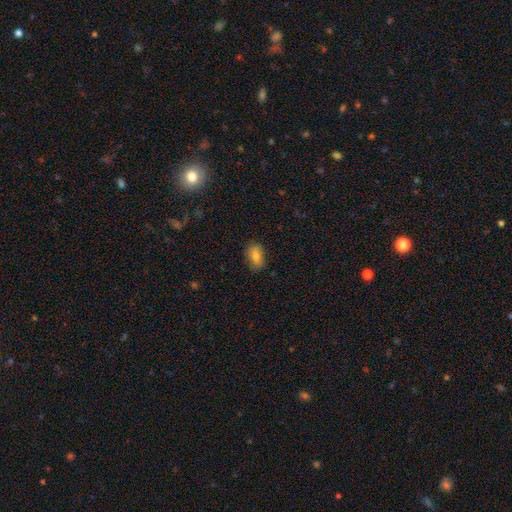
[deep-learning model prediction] smooth-or-featured: smooth: 77% | featured or disk: 14% | star or artifact: 9%
  how-rounded: in between: 88% | round: 7% | cigar-shaped: 5%
  merging: none: 83% | minor disturbance: 13% | major disturbance: 3% | merger: 1%